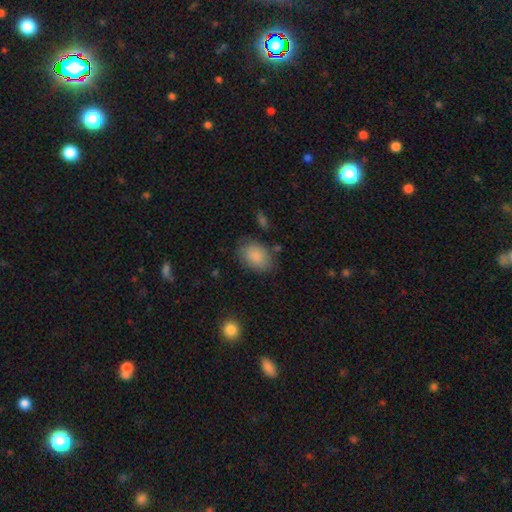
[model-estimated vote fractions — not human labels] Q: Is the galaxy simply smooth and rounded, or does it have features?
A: smooth — 87%.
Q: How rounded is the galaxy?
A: in between — 80%.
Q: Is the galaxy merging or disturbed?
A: none — 73%.